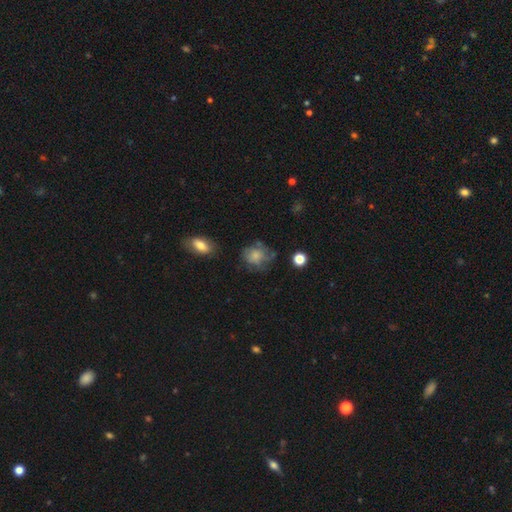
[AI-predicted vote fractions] A smooth galaxy with no disk features (64%) that is round (65%).

Vote fractions:
- Smooth or featured? smooth: 64% / featured or disk: 25% / star or artifact: 10%
- How rounded? round: 65% / in between: 34% / cigar-shaped: 1%
- Merging? none: 52% / minor disturbance: 27% / major disturbance: 17% / merger: 4%